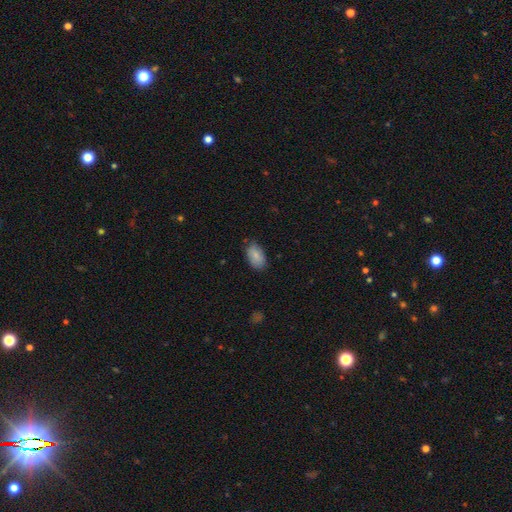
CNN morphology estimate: Smooth or featured?
  - smooth: 85% *
  - featured or disk: 8%
  - star or artifact: 7%
How rounded?
  - in between: 94% *
  - round: 5%
  - cigar-shaped: 2%
Merging?
  - none: 78% *
  - minor disturbance: 18%
  - major disturbance: 3%
  - merger: 1%